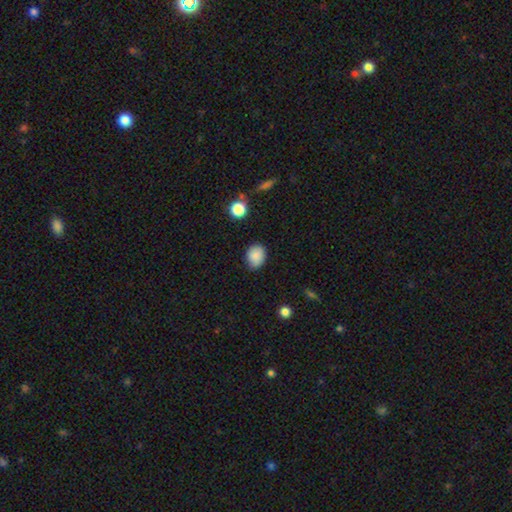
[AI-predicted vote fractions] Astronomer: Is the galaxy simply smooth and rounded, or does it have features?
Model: smooth — 85%.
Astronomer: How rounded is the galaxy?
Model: in between — 53% (runner-up: round, 47%).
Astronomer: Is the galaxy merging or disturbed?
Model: none — 75%.